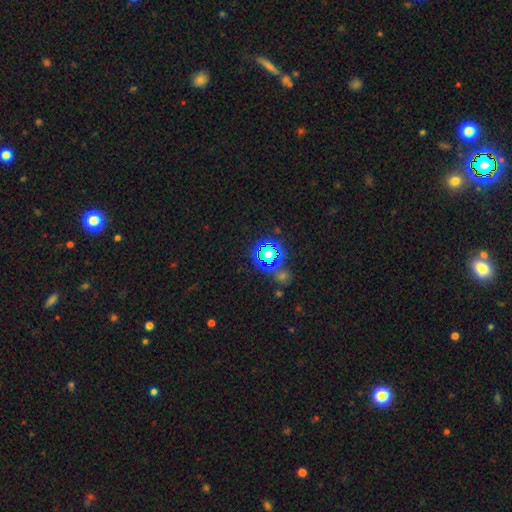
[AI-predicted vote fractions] Q: Smooth or featured?
A: star or artifact (67%); runner-up: smooth (23%)